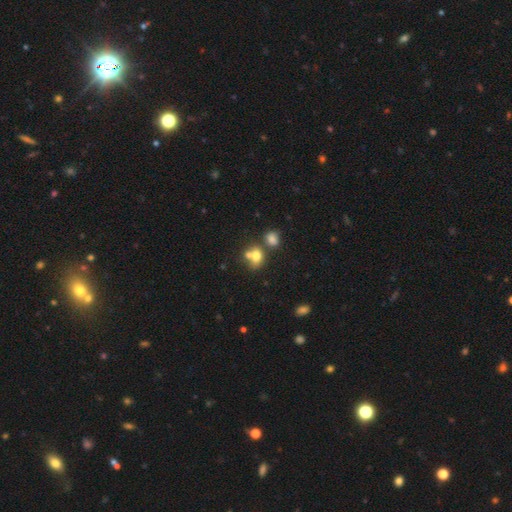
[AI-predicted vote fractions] Smooth or featured?
  - smooth: 71% *
  - featured or disk: 16%
  - star or artifact: 12%
How rounded?
  - in between: 55% *
  - round: 43%
  - cigar-shaped: 2%
Merging?
  - merger: 52% *
  - none: 32%
  - minor disturbance: 11%
  - major disturbance: 6%